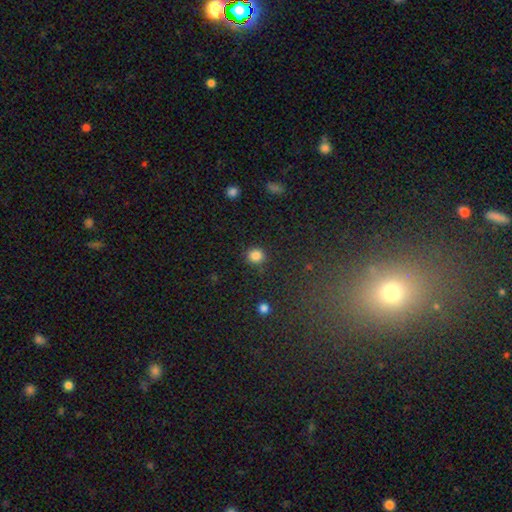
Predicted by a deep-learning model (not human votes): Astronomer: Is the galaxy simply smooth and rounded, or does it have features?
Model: smooth — 85%.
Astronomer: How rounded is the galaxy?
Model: round — 89%.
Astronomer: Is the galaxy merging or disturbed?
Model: none — 88%.